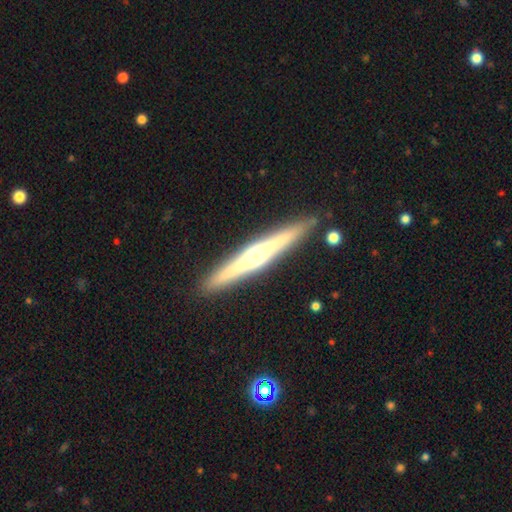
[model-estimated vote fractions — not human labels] A featured or disk galaxy (70%) viewed edge-on (97%) with a rounded central bulge (83%). Merging: none (90%).